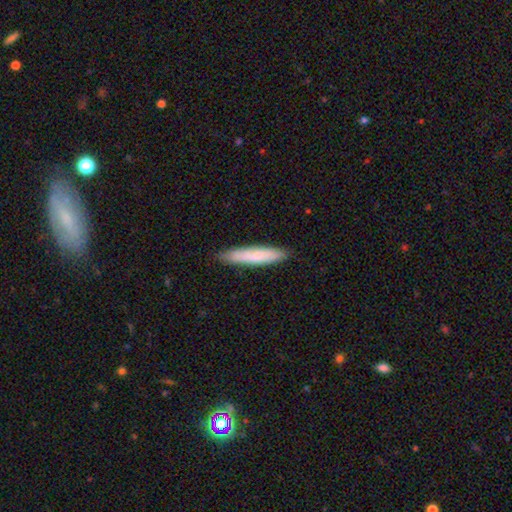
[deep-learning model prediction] The model was most divided on "smooth or featured": smooth: 73%, featured or disk: 21%, star or artifact: 5%. More confident: how rounded — cigar-shaped (89%); merging — none (87%).